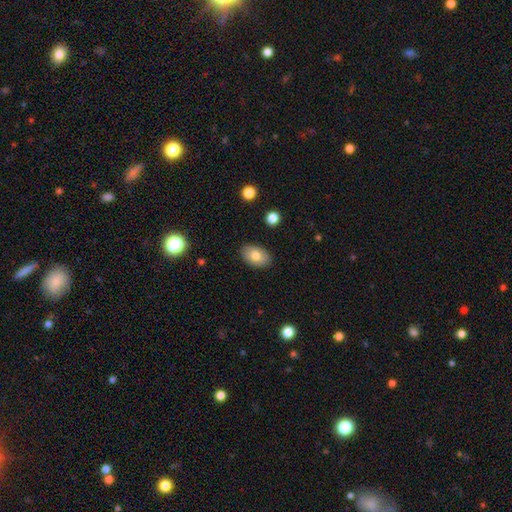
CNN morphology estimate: Overall: smooth (76%). How rounded: in between (90%). Merging: none (87%).